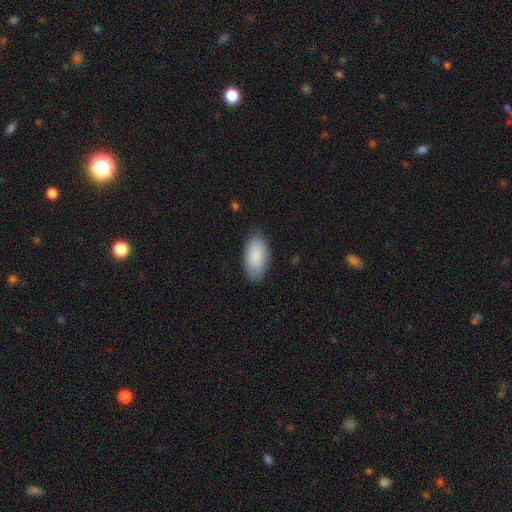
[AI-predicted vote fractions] smooth-or-featured: smooth: 87% | featured or disk: 8% | star or artifact: 6%
  how-rounded: in between: 94% | cigar-shaped: 4% | round: 2%
  merging: none: 83% | minor disturbance: 13% | major disturbance: 3% | merger: 1%